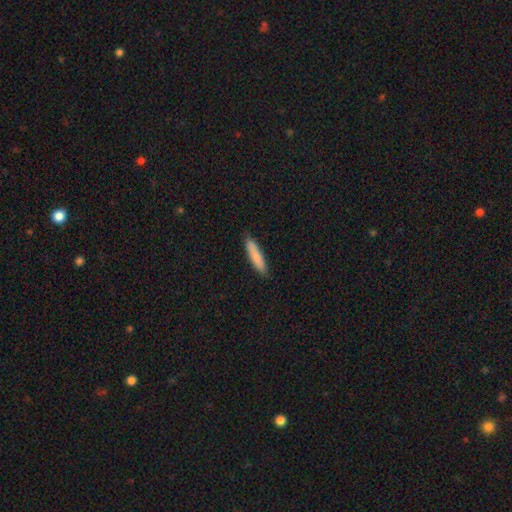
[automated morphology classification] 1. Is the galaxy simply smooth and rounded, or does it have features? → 84% smooth, 10% featured or disk, 6% star or artifact.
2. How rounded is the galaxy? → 85% cigar-shaped, 14% in between, 1% round.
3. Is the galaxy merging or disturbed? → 88% none, 9% minor disturbance, 2% major disturbance, 1% merger.